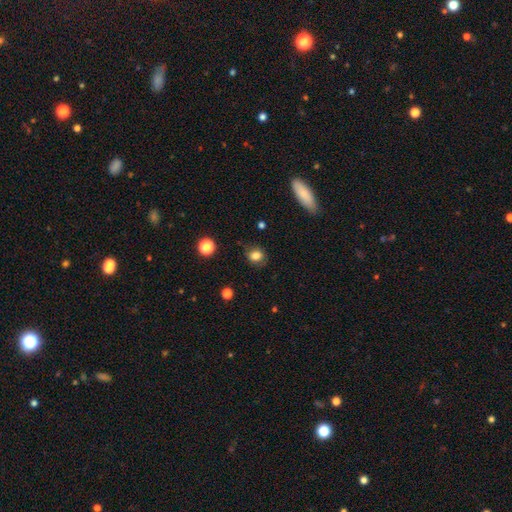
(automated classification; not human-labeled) Smooth or featured? Predicted: smooth (p=0.82). How rounded? Predicted: round (p=0.64). Merging? Predicted: none (p=0.78).